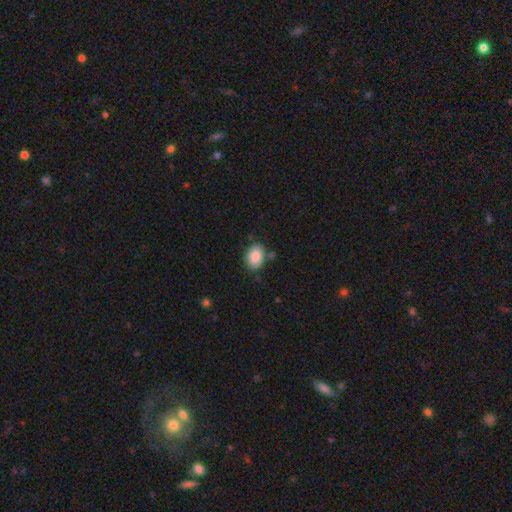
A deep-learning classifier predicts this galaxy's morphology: Smooth or featured?
  - smooth: 88% *
  - star or artifact: 7%
  - featured or disk: 5%
How rounded?
  - in between: 75% *
  - round: 24%
  - cigar-shaped: 1%
Merging?
  - none: 77% *
  - minor disturbance: 15%
  - merger: 5%
  - major disturbance: 3%